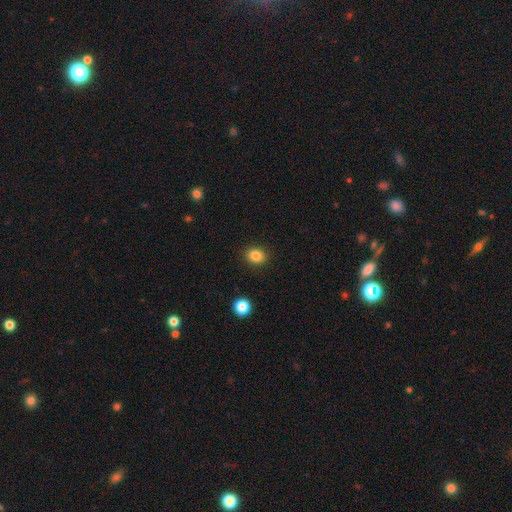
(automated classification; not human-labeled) smooth 85%, star or artifact 10%, featured or disk 4%. Down the decision tree: how rounded — round (55%); merging — none (90%).